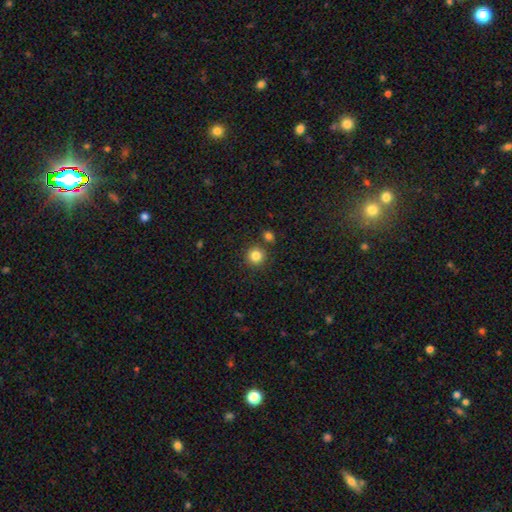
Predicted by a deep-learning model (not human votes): smooth-or-featured: smooth: 84% | star or artifact: 11% | featured or disk: 5%
  how-rounded: round: 93% | in between: 6% | cigar-shaped: 1%
  merging: none: 83% | merger: 7% | minor disturbance: 7% | major disturbance: 2%